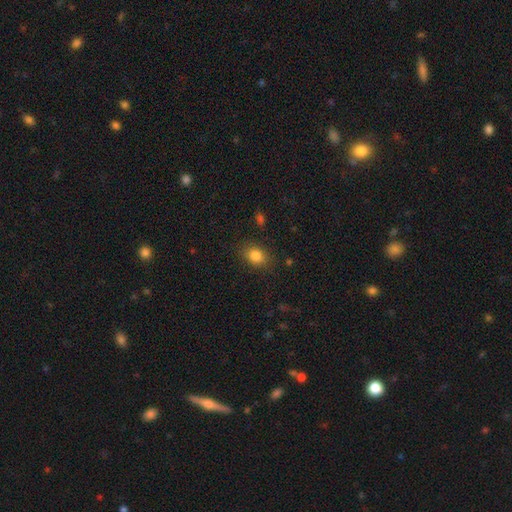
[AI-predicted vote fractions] Smooth or featured: smooth — 83% (star or artifact — 11%)
How rounded: in between — 61% (round — 38%)
Merging: none — 85% (minor disturbance — 11%)